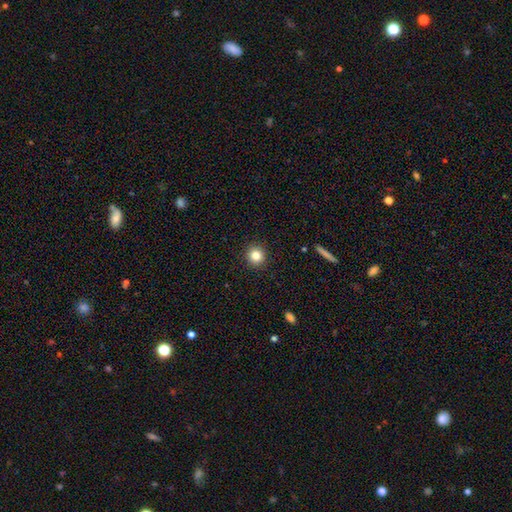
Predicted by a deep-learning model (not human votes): This is clearly a smooth galaxy (83%). How rounded: clearly round (93%). Merging: clearly none (92%).